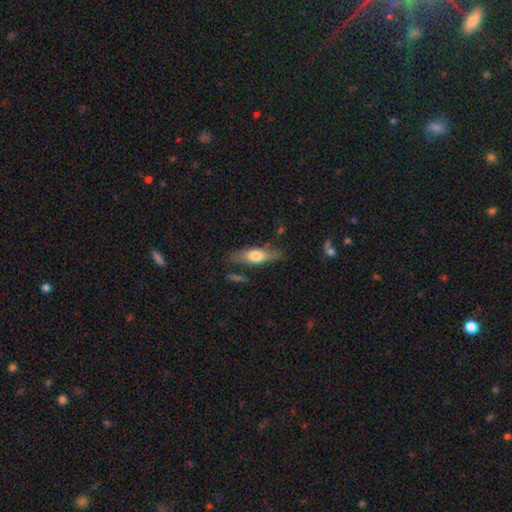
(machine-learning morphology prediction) The model was most divided on "how rounded": in between: 53%, cigar-shaped: 44%, round: 3%. More confident: merging — none (74%); smooth or featured — smooth (59%).